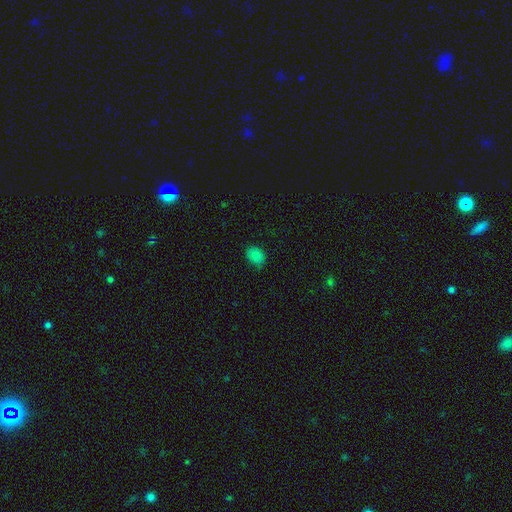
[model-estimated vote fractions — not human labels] Smooth or featured? Predicted: smooth (p=0.82). How rounded? Predicted: in between (p=0.57). Merging? Predicted: none (p=0.68).